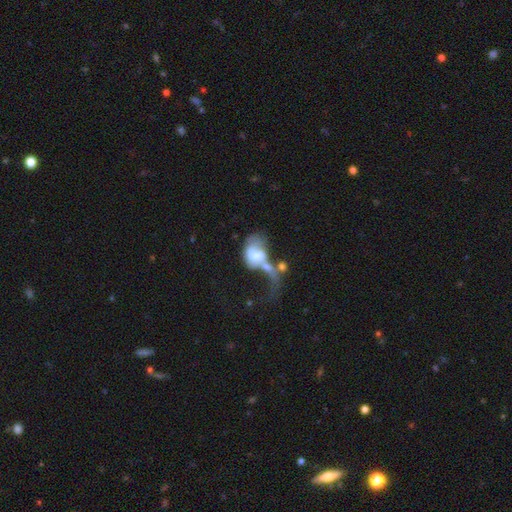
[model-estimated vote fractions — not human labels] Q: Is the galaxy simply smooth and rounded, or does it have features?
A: featured or disk — 57%.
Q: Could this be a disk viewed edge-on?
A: no — 97%.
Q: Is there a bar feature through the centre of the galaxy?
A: no — 50%.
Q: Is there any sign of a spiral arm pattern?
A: yes — 59%.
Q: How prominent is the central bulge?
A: moderate — 31%.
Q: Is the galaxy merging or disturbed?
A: major disturbance — 42%.